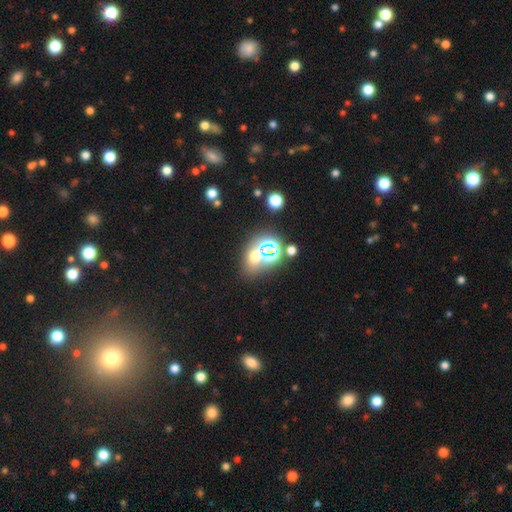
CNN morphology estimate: This is possibly a smooth galaxy (48%). Merging: likely none (61%).